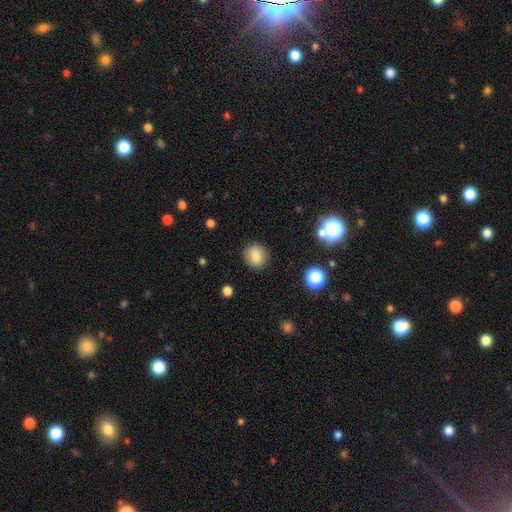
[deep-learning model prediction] smooth 81%, star or artifact 11%, featured or disk 8%. Down the decision tree: how rounded — round (79%); merging — none (88%).